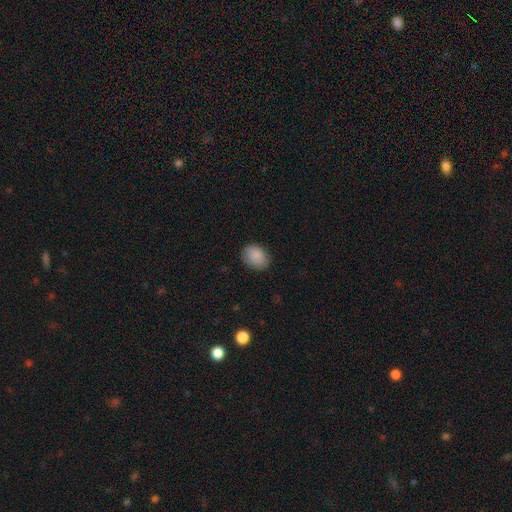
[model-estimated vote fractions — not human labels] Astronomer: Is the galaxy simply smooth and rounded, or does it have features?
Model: smooth — 88%.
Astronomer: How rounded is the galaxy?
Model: in between — 62%.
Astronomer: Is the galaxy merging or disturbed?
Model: none — 83%.